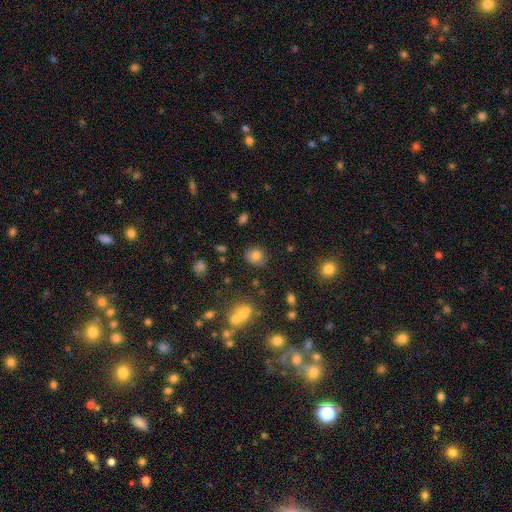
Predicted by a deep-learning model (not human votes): Smooth or featured?
  - smooth: 76% *
  - star or artifact: 13%
  - featured or disk: 11%
How rounded?
  - round: 72% *
  - in between: 27%
  - cigar-shaped: 1%
Merging?
  - none: 78% *
  - minor disturbance: 14%
  - merger: 4%
  - major disturbance: 4%